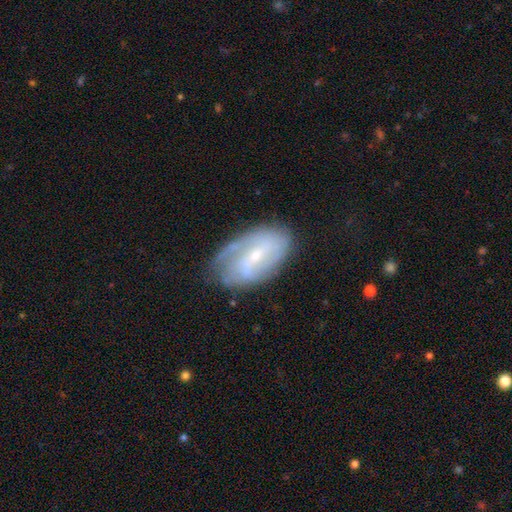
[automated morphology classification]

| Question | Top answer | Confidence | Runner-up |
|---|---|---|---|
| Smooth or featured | featured or disk | 75% | smooth (18%) |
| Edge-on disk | no | 95% | yes (5%) |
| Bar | weak | 47% | no (29%) |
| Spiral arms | yes | 86% | no (14%) |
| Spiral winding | medium | 39% | tight (37%) |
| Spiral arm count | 2 | 45% | can't tell (32%) |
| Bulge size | small | 71% | moderate (25%) |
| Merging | none | 66% | minor disturbance (23%) |